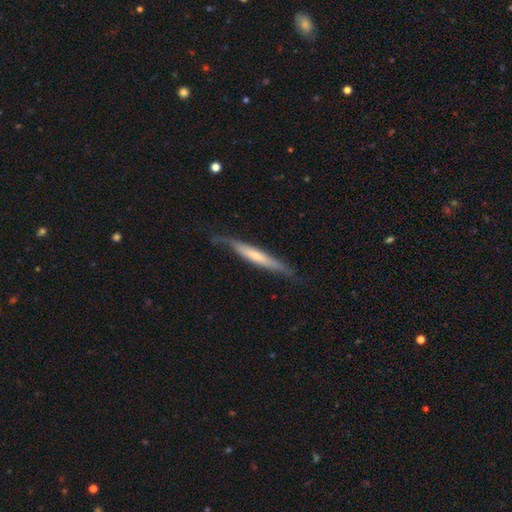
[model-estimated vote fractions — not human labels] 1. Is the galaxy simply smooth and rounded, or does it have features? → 51% featured or disk, 44% smooth, 5% star or artifact.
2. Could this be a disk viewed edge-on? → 85% yes, 15% no.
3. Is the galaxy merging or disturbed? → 68% none, 23% minor disturbance, 7% major disturbance, 2% merger.